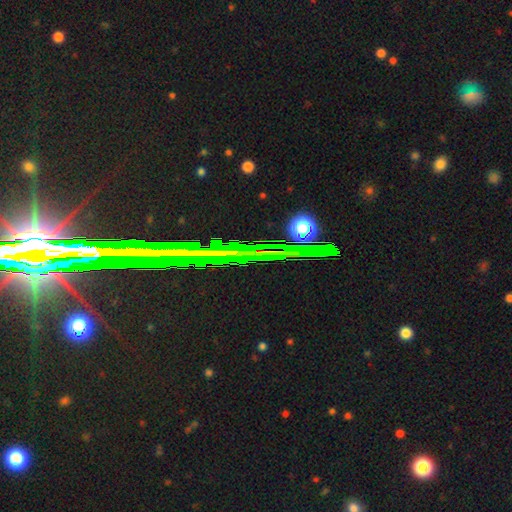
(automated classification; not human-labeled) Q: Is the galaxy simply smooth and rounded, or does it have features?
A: star or artifact — 78%.